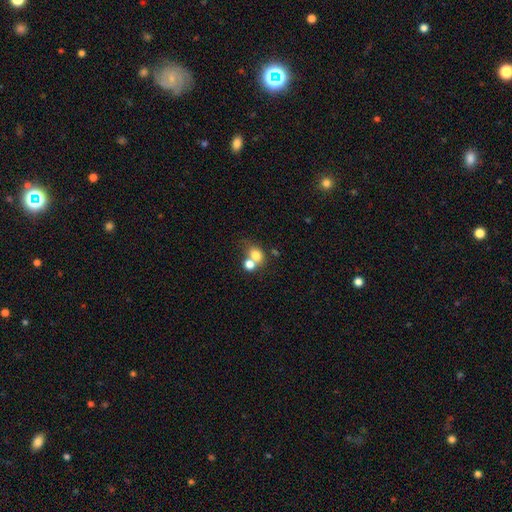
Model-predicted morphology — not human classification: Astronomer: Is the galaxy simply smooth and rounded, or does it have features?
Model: smooth — 74%.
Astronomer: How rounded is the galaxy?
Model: round — 58% (runner-up: in between, 41%).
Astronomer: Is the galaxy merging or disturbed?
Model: merger — 52% (runner-up: none, 34%).